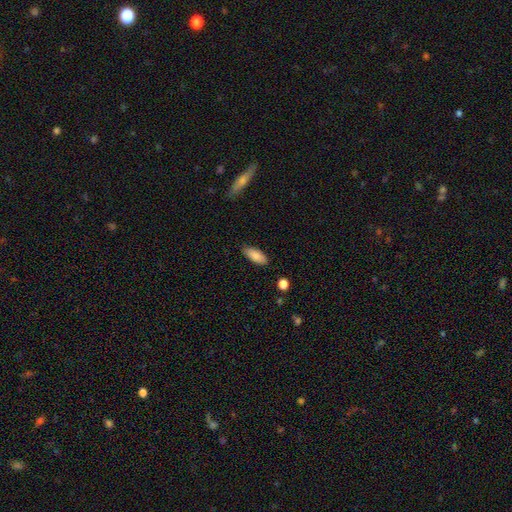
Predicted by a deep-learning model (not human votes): A smooth galaxy with no disk features (83%) that is in between round and cigar-shaped (83%).

Vote fractions:
- Smooth or featured? smooth: 83% / featured or disk: 10% / star or artifact: 7%
- How rounded? in between: 83% / cigar-shaped: 15% / round: 2%
- Merging? none: 85% / minor disturbance: 11% / major disturbance: 2% / merger: 1%